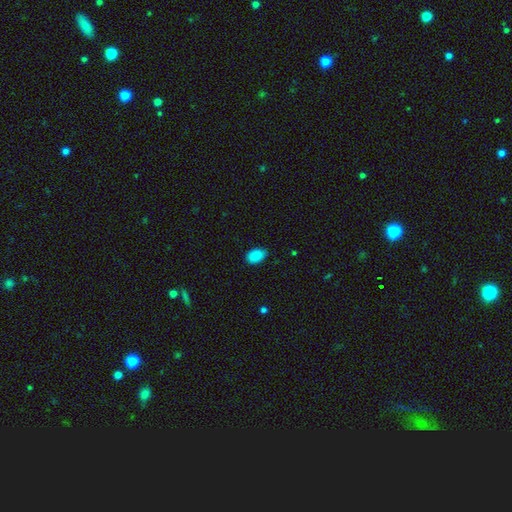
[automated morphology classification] A smooth galaxy with no disk features (88%) that is in between round and cigar-shaped (88%).

Vote fractions:
- Smooth or featured? smooth: 88% / star or artifact: 8% / featured or disk: 4%
- How rounded? in between: 88% / round: 10% / cigar-shaped: 1%
- Merging? none: 79% / minor disturbance: 17% / major disturbance: 3% / merger: 1%